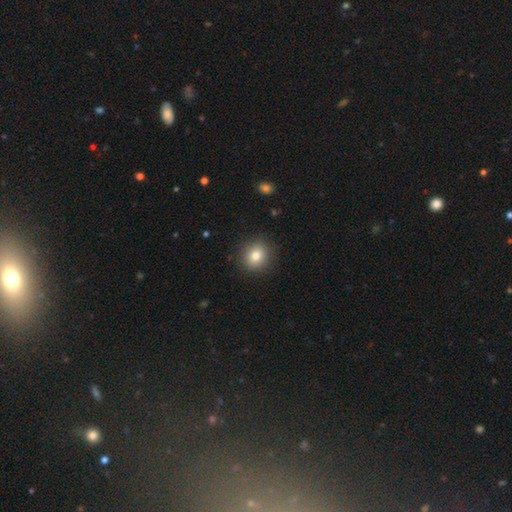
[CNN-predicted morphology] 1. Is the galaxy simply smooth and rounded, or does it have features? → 82% smooth, 10% star or artifact, 8% featured or disk.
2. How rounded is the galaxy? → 84% round, 15% in between, 1% cigar-shaped.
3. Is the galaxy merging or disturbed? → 89% none, 7% minor disturbance, 2% major disturbance, 1% merger.